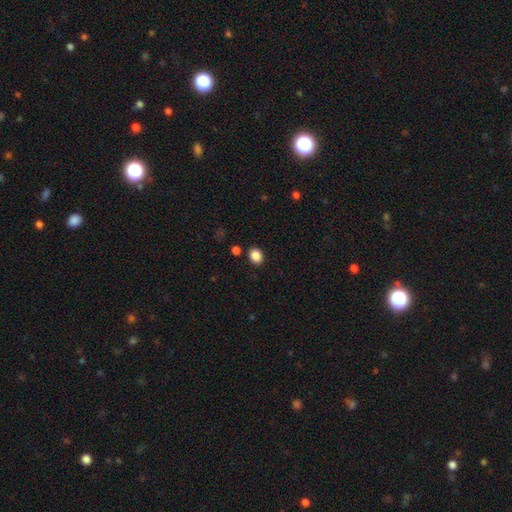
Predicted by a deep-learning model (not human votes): A smooth galaxy with no disk features (87%) that is round (50%). Merging: none (87%).